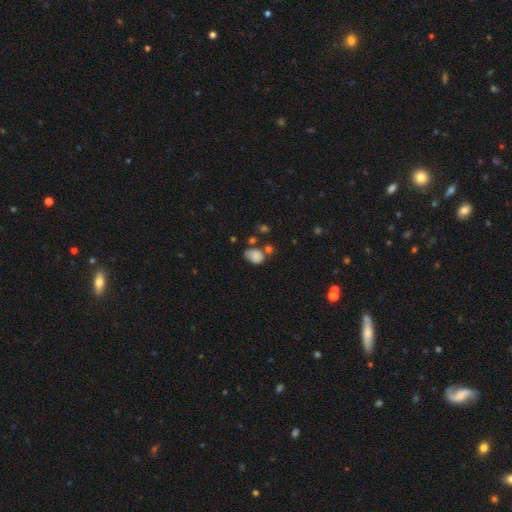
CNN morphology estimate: This appears to be a smooth galaxy with no disk features (78%) that is in between round and cigar-shaped (64%). Merging: none (43%).